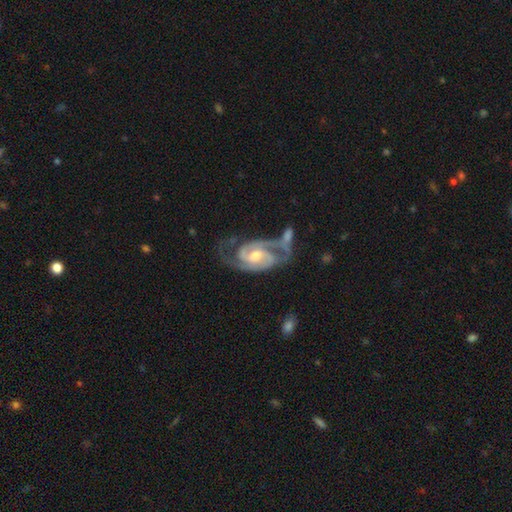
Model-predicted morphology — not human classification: Overall: featured or disk (91%). Edge-on disk: no (97%). Bar: weak (45%; no 39%). Spiral arms: yes (98%). Spiral arm count: 2 (85%). Spiral winding: medium (46%; tight 45%). Bulge size: moderate (66%). Merging: none (47%; minor disturbance 20%).